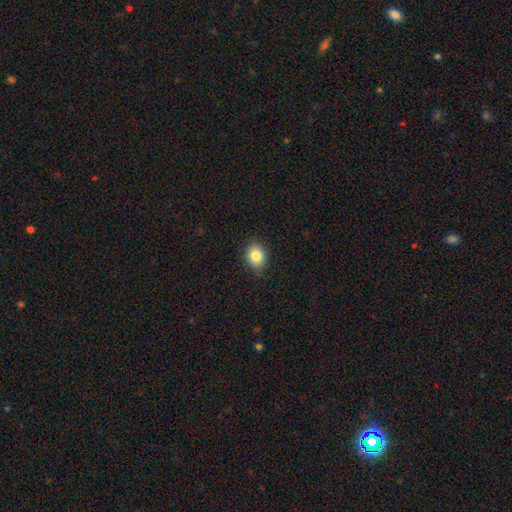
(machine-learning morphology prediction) This appears to be a smooth galaxy with no disk features (84%) that is round (59%). Merging: none (86%).